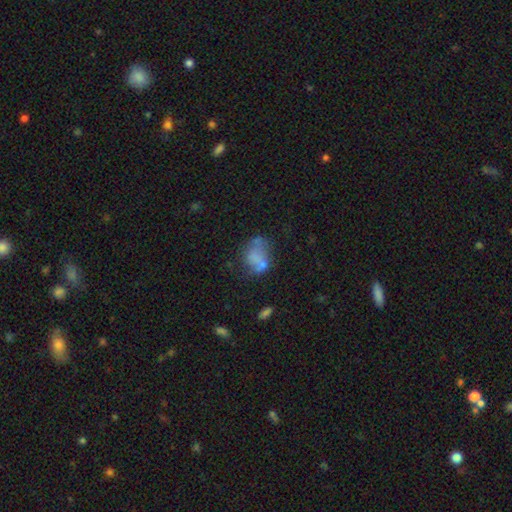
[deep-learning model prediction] A smooth galaxy with no disk features (56%) that is in between round and cigar-shaped (71%).

Vote fractions:
- Smooth or featured? smooth: 56% / featured or disk: 31% / star or artifact: 13%
- How rounded? in between: 71% / round: 28% / cigar-shaped: 2%
- Merging? none: 33% / minor disturbance: 24% / major disturbance: 23% / merger: 20%